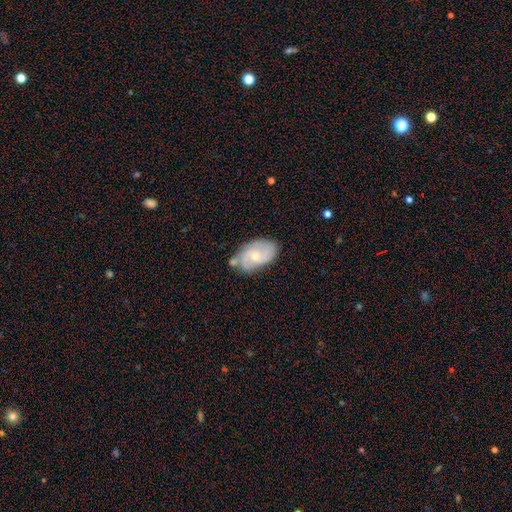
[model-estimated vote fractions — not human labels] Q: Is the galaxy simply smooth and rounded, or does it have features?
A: featured or disk — 67%.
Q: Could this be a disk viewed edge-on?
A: no — 96%.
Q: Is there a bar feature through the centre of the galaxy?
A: no — 62%.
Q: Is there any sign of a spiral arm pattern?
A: yes — 88%.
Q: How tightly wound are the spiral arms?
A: medium — 44%.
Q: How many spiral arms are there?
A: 2 — 52%.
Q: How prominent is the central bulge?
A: small — 56%.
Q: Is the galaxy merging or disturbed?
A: none — 57%.